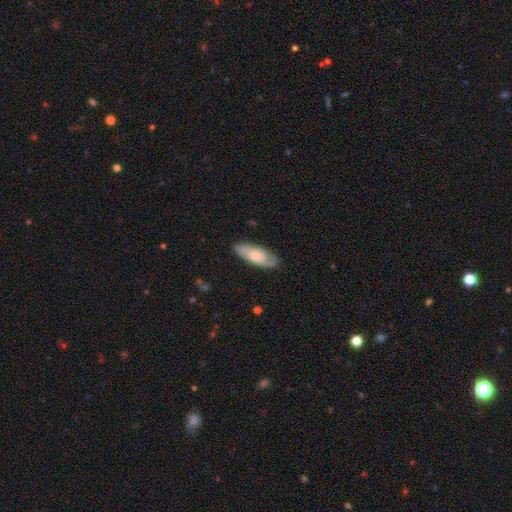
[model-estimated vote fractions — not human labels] A smooth galaxy with no disk features (57%) that is in between round and cigar-shaped (74%).

Vote fractions:
- Smooth or featured? smooth: 57% / featured or disk: 38% / star or artifact: 6%
- How rounded? in between: 74% / cigar-shaped: 23% / round: 2%
- Merging? none: 80% / minor disturbance: 15% / major disturbance: 3% / merger: 1%